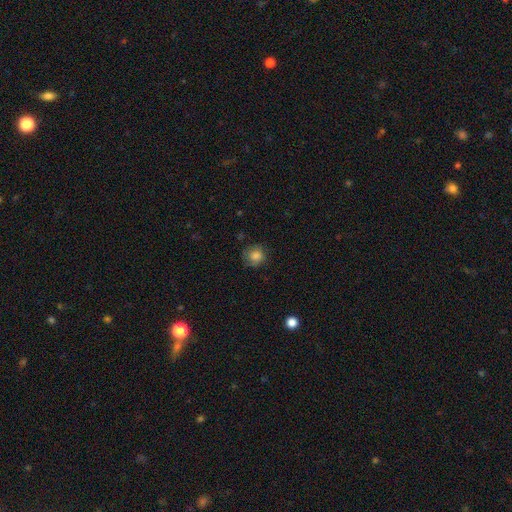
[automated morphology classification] A smooth galaxy with no disk features (81%) that is round (87%).

Vote fractions:
- Smooth or featured? smooth: 81% / star or artifact: 10% / featured or disk: 8%
- How rounded? round: 87% / in between: 12% / cigar-shaped: 1%
- Merging? none: 76% / minor disturbance: 18% / major disturbance: 5% / merger: 1%